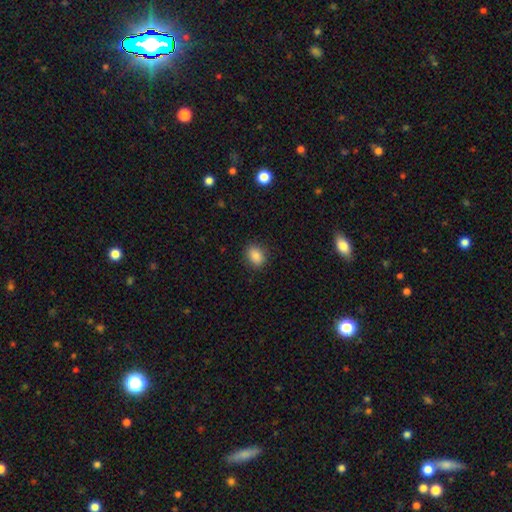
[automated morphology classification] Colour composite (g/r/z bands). It shows a smooth galaxy with no disk features (87%) that is in between round and cigar-shaped (61%). Merging: none (87%).